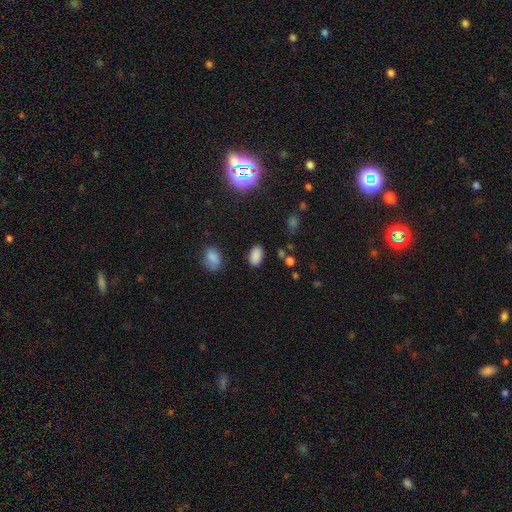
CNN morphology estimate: Smooth or featured?
  - smooth: 85% *
  - star or artifact: 11%
  - featured or disk: 4%
How rounded?
  - in between: 93% *
  - round: 5%
  - cigar-shaped: 2%
Merging?
  - none: 84% *
  - minor disturbance: 10%
  - major disturbance: 3%
  - merger: 2%